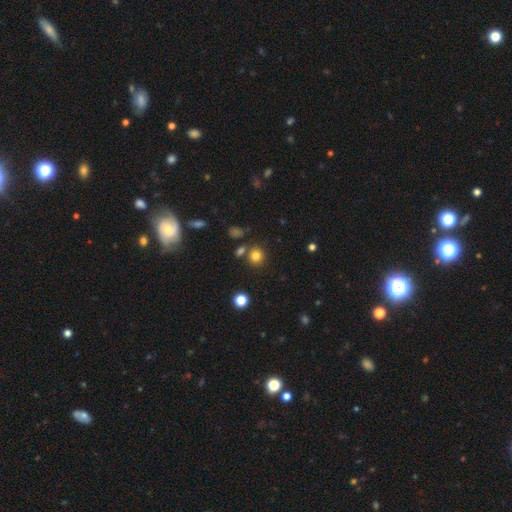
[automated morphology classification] A smooth galaxy with no disk features (80%) that is round (88%).

Vote fractions:
- Smooth or featured? smooth: 80% / star or artifact: 14% / featured or disk: 6%
- How rounded? round: 88% / in between: 11% / cigar-shaped: 1%
- Merging? none: 76% / merger: 12% / minor disturbance: 8% / major disturbance: 3%